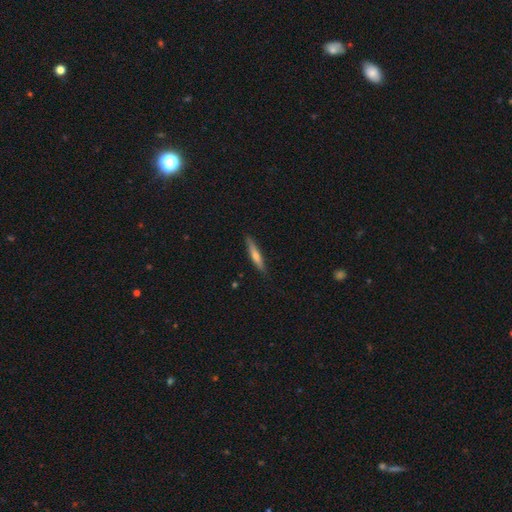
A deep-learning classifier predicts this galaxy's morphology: This is possibly a featured or disk galaxy (48%). Merging: clearly none (88%).